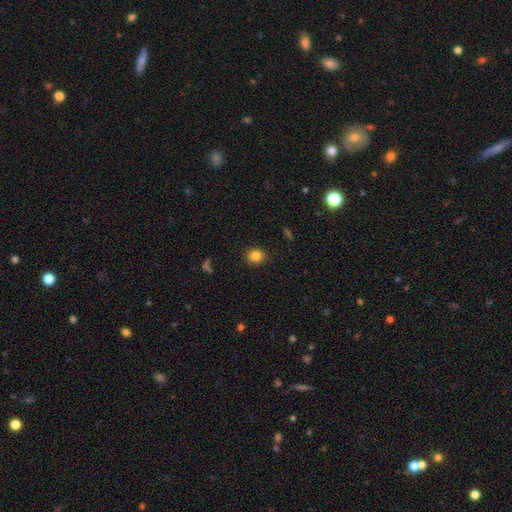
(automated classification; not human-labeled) Overall: smooth (84%). How rounded: round (81%). Merging: none (89%).